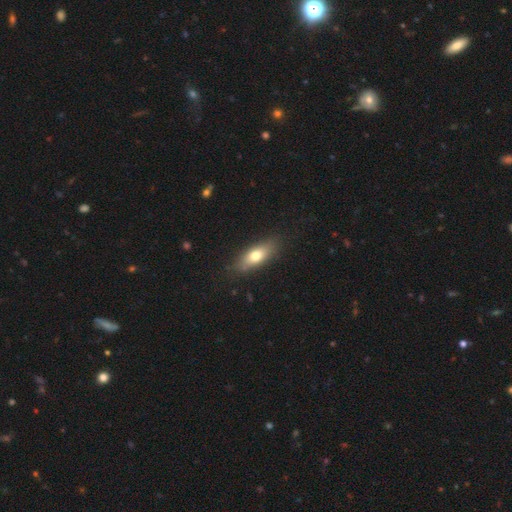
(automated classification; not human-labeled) smooth-or-featured: smooth: 71% | featured or disk: 22% | star or artifact: 7%
  how-rounded: in between: 71% | cigar-shaped: 25% | round: 4%
  merging: none: 82% | minor disturbance: 13% | major disturbance: 3% | merger: 1%